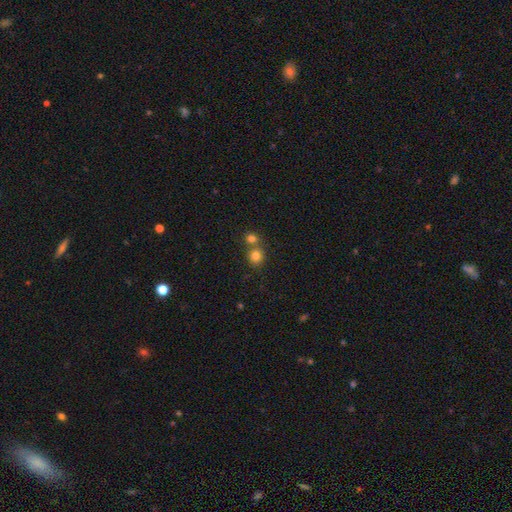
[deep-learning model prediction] Smooth or featured: smooth — 81% (star or artifact — 13%)
How rounded: round — 85% (in between — 14%)
Merging: none — 57% (merger — 34%)